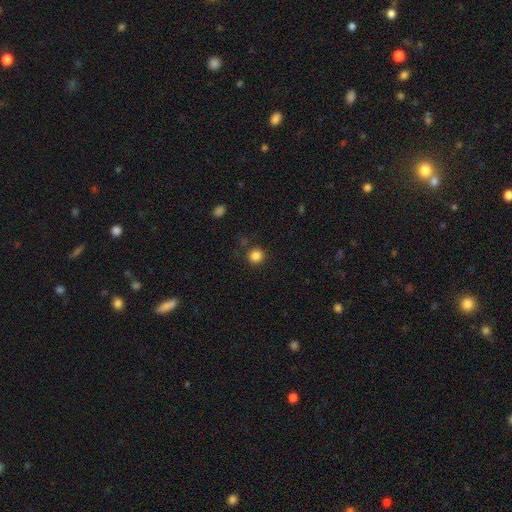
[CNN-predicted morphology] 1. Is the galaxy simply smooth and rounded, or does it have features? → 85% smooth, 12% star or artifact, 4% featured or disk.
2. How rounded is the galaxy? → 94% round, 5% in between, 1% cigar-shaped.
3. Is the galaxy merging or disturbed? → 87% none, 7% minor disturbance, 3% merger, 3% major disturbance.